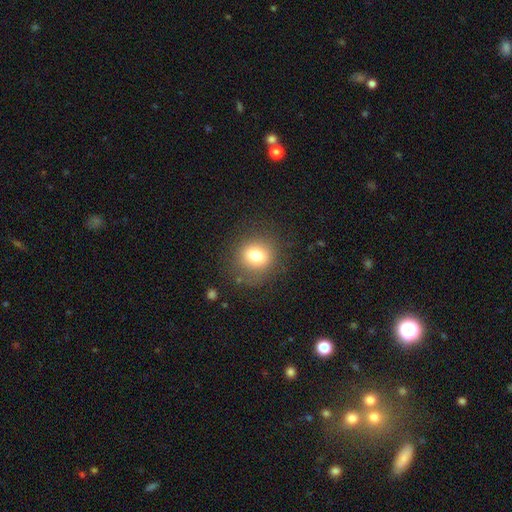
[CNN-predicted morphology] A smooth galaxy with no disk features (76%) that is round (80%).

Vote fractions:
- Smooth or featured? smooth: 76% / star or artifact: 12% / featured or disk: 11%
- How rounded? round: 80% / in between: 19% / cigar-shaped: 1%
- Merging? none: 82% / minor disturbance: 11% / major disturbance: 6% / merger: 2%